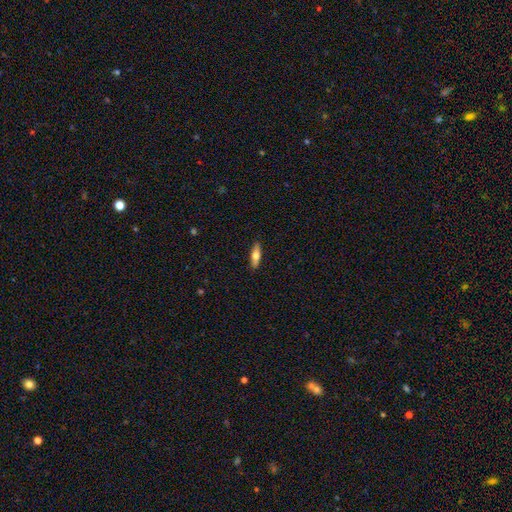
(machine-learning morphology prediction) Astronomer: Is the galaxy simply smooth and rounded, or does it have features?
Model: smooth — 61%.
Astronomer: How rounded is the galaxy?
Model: cigar-shaped — 50% (runner-up: in between, 47%).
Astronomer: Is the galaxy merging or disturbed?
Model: none — 89%.